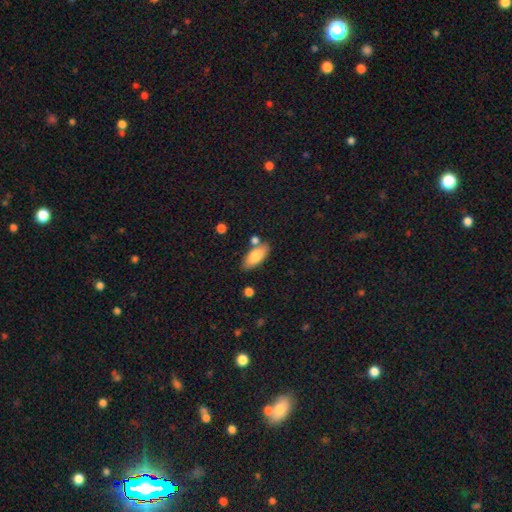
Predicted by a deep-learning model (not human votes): smooth-or-featured: smooth: 80% | featured or disk: 13% | star or artifact: 7%
  how-rounded: in between: 83% | cigar-shaped: 15% | round: 3%
  merging: none: 76% | minor disturbance: 13% | merger: 9% | major disturbance: 3%